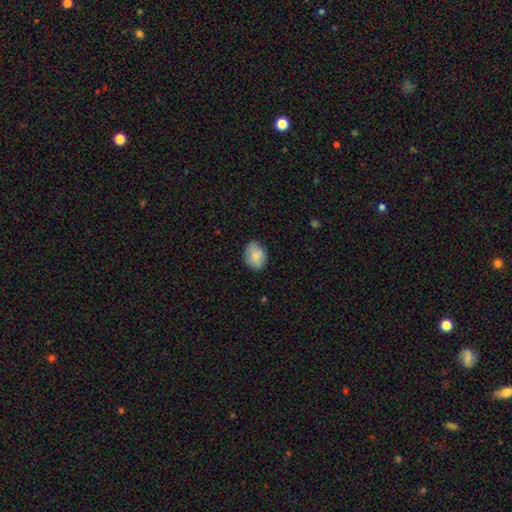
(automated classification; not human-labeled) Smooth or featured: smooth — 84% (featured or disk — 9%)
How rounded: in between — 55% (round — 44%)
Merging: none — 77% (minor disturbance — 19%)